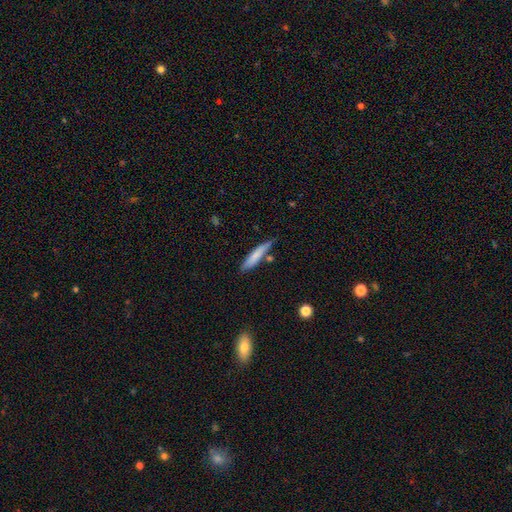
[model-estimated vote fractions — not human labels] Morphology: type=smooth (75%); roundness=cigar-shaped (87%); merging=none (71%).